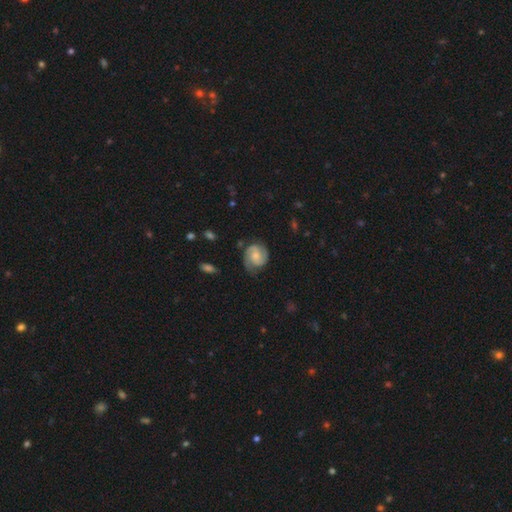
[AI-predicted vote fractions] Morphology: type=featured or disk (76%); edge-on=no (98%); bar=no (59%); spiral arms=yes (96%); winding=tight (46%); arm count=2 (85%); bulge=moderate (39%); merging=none (73%).